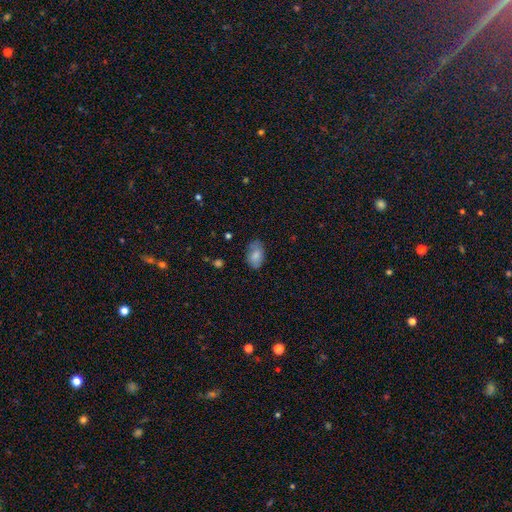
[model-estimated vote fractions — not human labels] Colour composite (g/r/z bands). It shows a smooth galaxy with no disk features (80%) that is in between round and cigar-shaped (92%). Merging: none (70%).